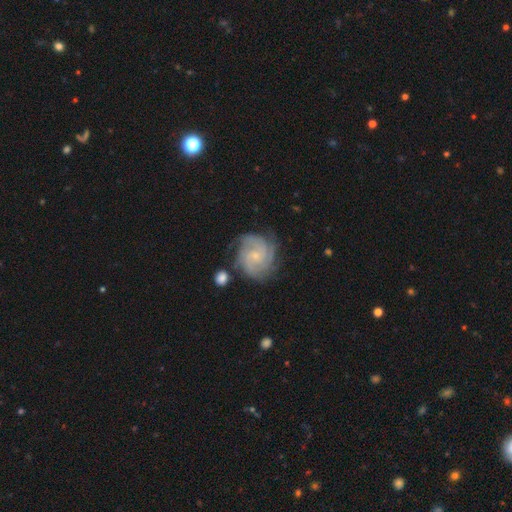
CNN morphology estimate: type=featured or disk (84%); edge-on=no (98%); bar=no (71%); spiral arms=yes (97%); winding=tight (64%); arm count=3 (30%); bulge=small (76%); merging=none (72%).